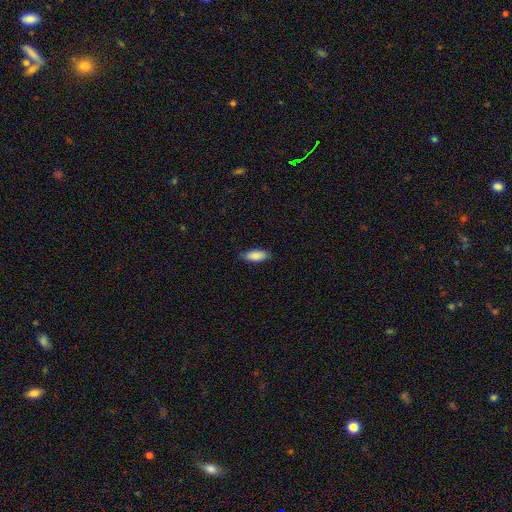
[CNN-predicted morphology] Q: Smooth or featured?
A: smooth (88%); runner-up: featured or disk (6%)
Q: How rounded?
A: in between (78%); runner-up: cigar-shaped (21%)
Q: Merging?
A: none (85%); runner-up: minor disturbance (12%)